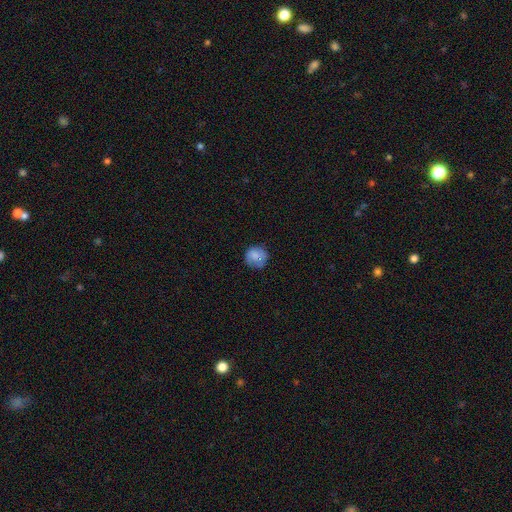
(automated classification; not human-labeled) smooth-or-featured: smooth: 79% | featured or disk: 13% | star or artifact: 8%
  how-rounded: round: 90% | in between: 9% | cigar-shaped: 1%
  merging: none: 74% | minor disturbance: 19% | major disturbance: 5% | merger: 2%